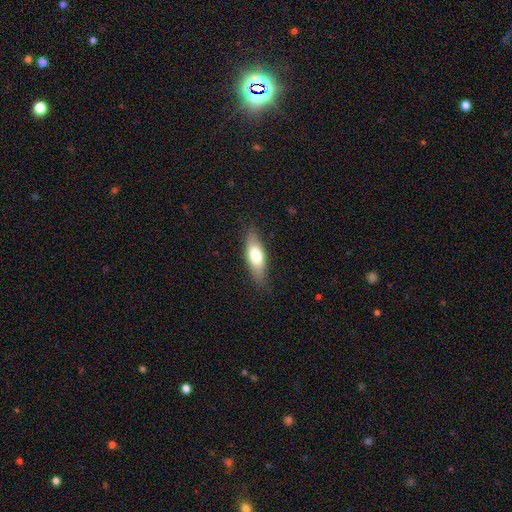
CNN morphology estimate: A smooth galaxy with no disk features (67%) that is in between round and cigar-shaped (57%). Merging: none (82%).